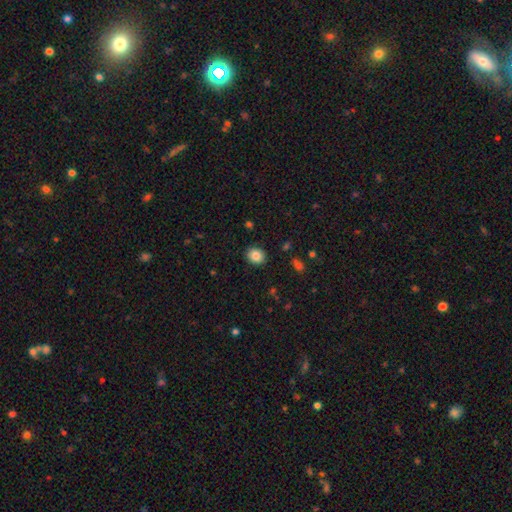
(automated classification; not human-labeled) This is clearly a smooth galaxy (85%). How rounded: likely round (67%). Merging: clearly none (89%).